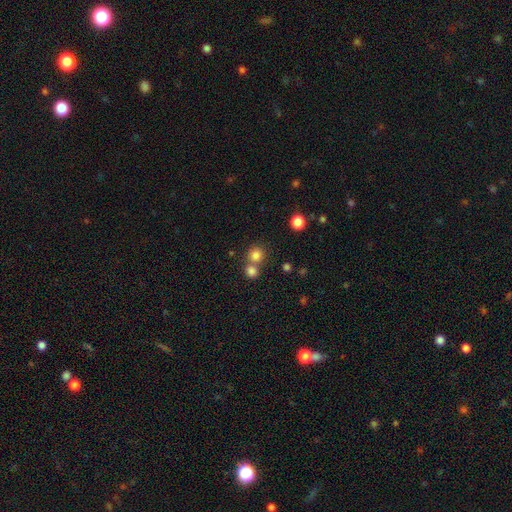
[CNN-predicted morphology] This is clearly a smooth galaxy (80%). How rounded: clearly round (90%). Merging: possibly none (59%).